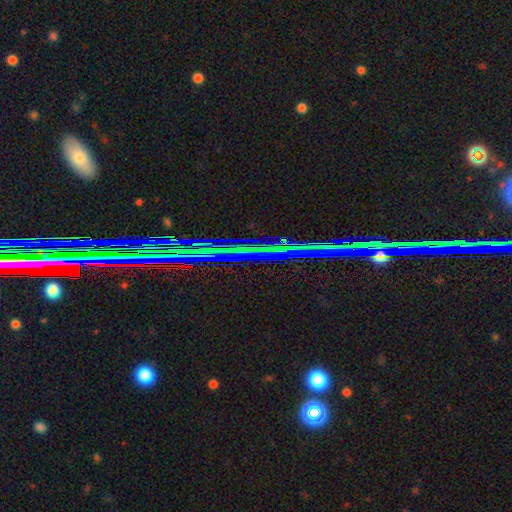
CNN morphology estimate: Smooth or featured? star or artifact (79%)